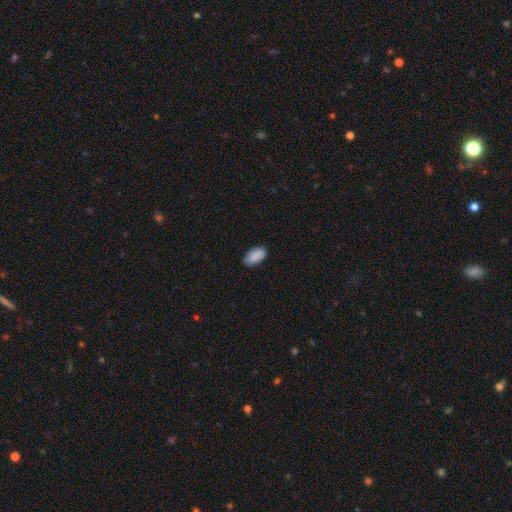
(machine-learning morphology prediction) This appears to be a smooth galaxy with no disk features (90%) that is in between round and cigar-shaped (93%). Merging: none (83%).